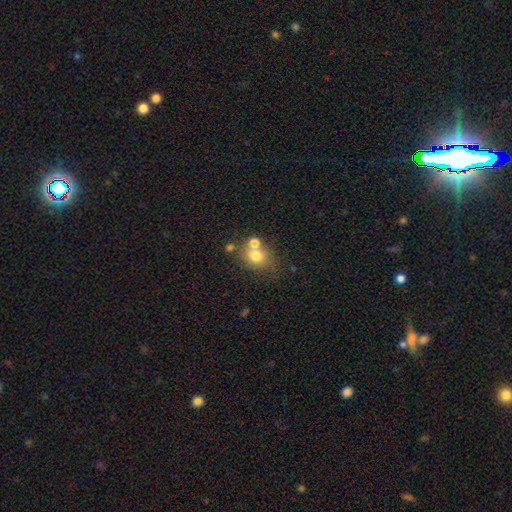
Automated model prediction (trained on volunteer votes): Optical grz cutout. It shows a smooth galaxy with no disk features (73%) that is round (66%). Merging: none (57%).